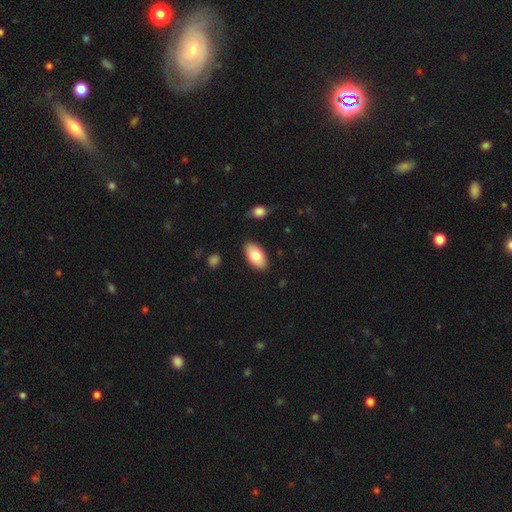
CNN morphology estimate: Smooth or featured? Predicted: smooth (p=0.79). How rounded? Predicted: in between (p=0.94). Merging? Predicted: none (p=0.87).